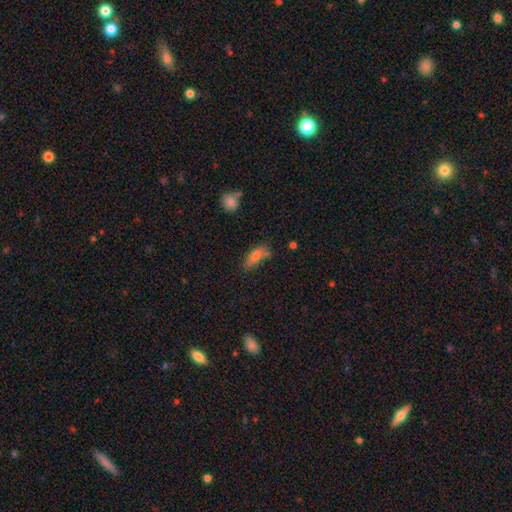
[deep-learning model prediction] smooth-or-featured: smooth: 75% | featured or disk: 15% | star or artifact: 10%
  how-rounded: in between: 76% | cigar-shaped: 20% | round: 4%
  merging: none: 51% | minor disturbance: 26% | merger: 14% | major disturbance: 9%